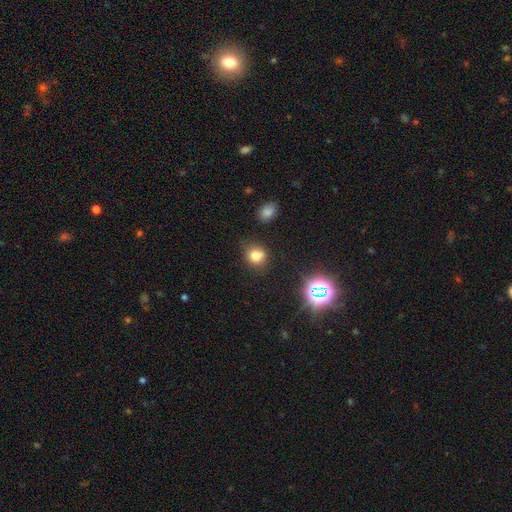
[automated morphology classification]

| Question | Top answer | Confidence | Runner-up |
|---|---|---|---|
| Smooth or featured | smooth | 74% | star or artifact (17%) |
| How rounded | round | 74% | in between (25%) |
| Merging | none | 65% | minor disturbance (18%) |